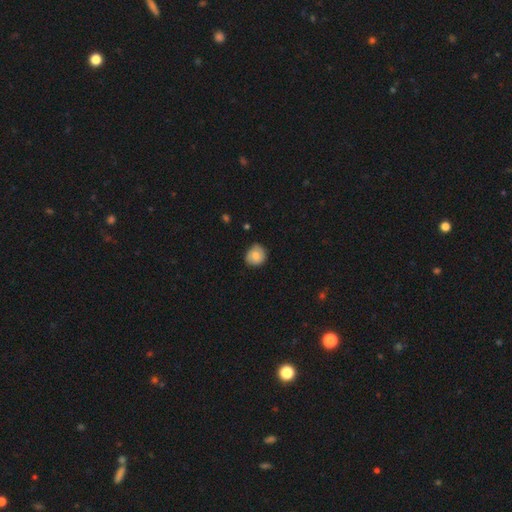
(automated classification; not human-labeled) A smooth galaxy with no disk features (72%) that is round (82%). Merging: none (70%).